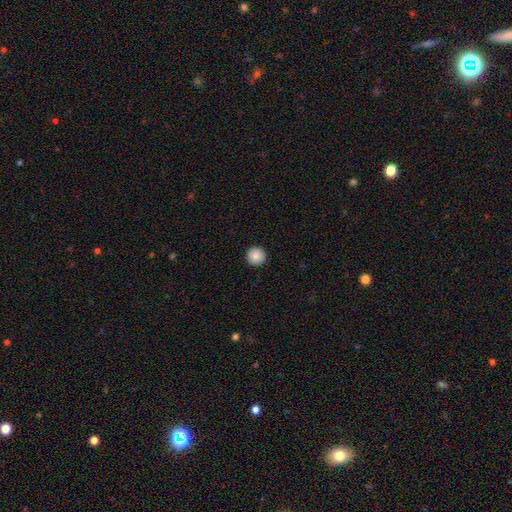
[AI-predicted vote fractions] smooth 87%, star or artifact 9%, featured or disk 4%. Down the decision tree: how rounded — round (96%); merging — none (93%).